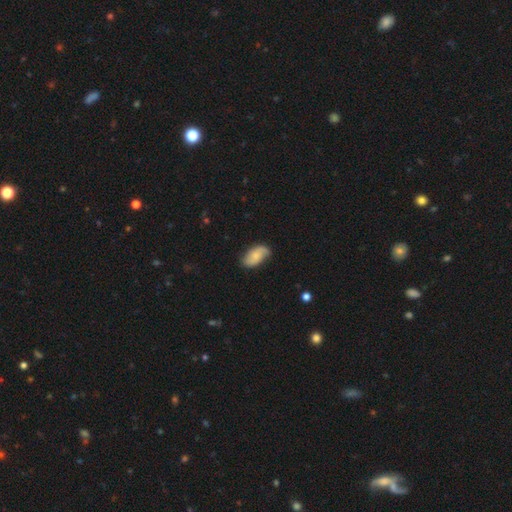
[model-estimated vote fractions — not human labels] A smooth galaxy with no disk features (50%). Merging: none (69%).